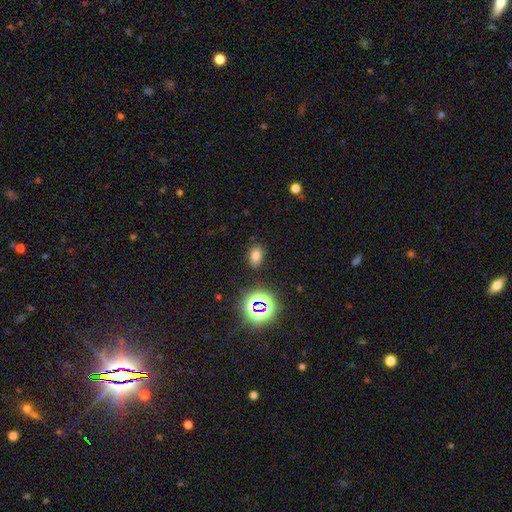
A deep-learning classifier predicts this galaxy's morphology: Smooth or featured?
  - smooth: 70% *
  - star or artifact: 22%
  - featured or disk: 7%
How rounded?
  - in between: 81% *
  - round: 17%
  - cigar-shaped: 2%
Merging?
  - none: 85% *
  - minor disturbance: 10%
  - major disturbance: 3%
  - merger: 2%